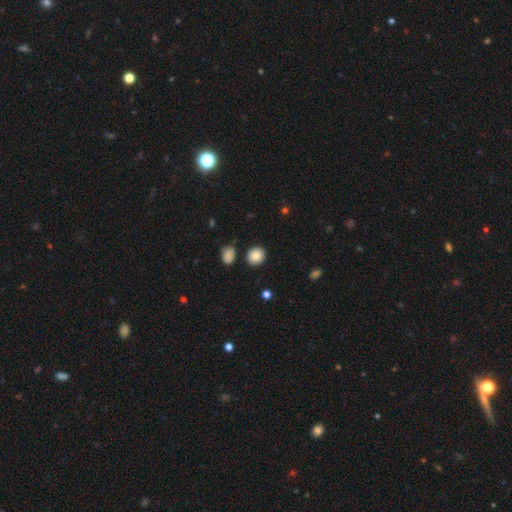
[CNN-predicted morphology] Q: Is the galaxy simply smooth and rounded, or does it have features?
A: smooth — 85%.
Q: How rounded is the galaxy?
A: round — 79%.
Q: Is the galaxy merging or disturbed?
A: none — 88%.